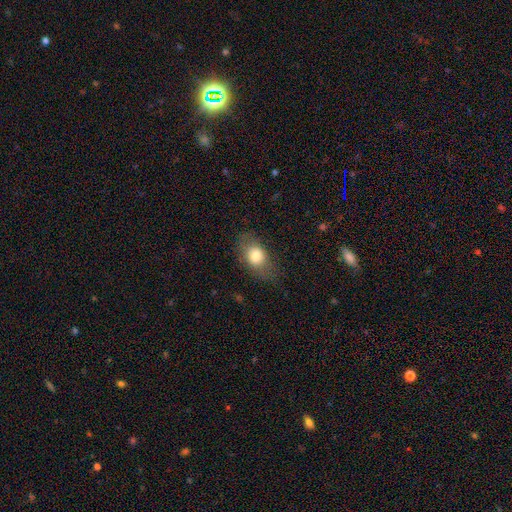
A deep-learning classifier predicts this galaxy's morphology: Smooth or featured: smooth — 75% (featured or disk — 17%)
How rounded: in between — 69% (round — 29%)
Merging: none — 72% (minor disturbance — 18%)